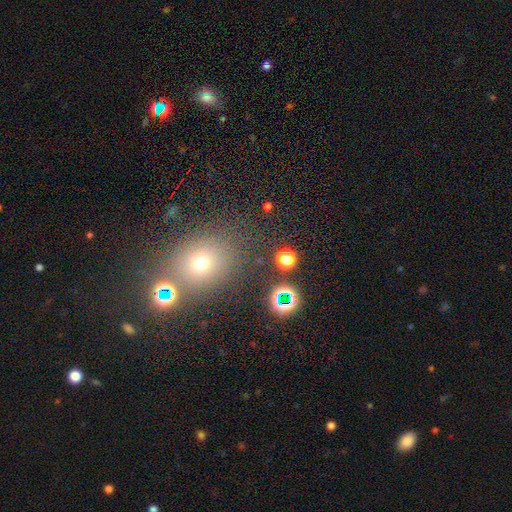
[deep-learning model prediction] Smooth or featured? smooth (50%)
Merging? none (72%)